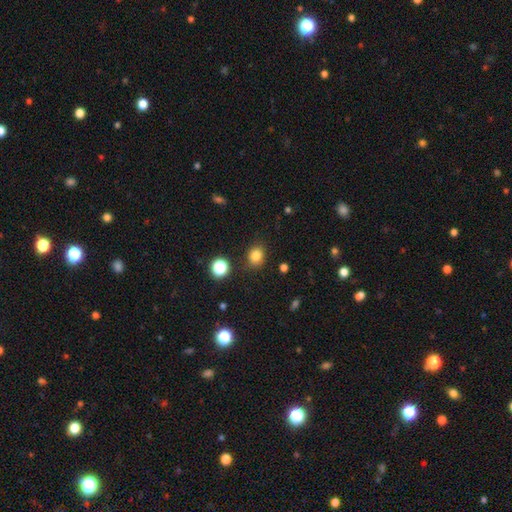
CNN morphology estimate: The model was most divided on "how rounded": round: 62%, in between: 37%, cigar-shaped: 1%. More confident: merging — none (85%); smooth or featured — smooth (82%).